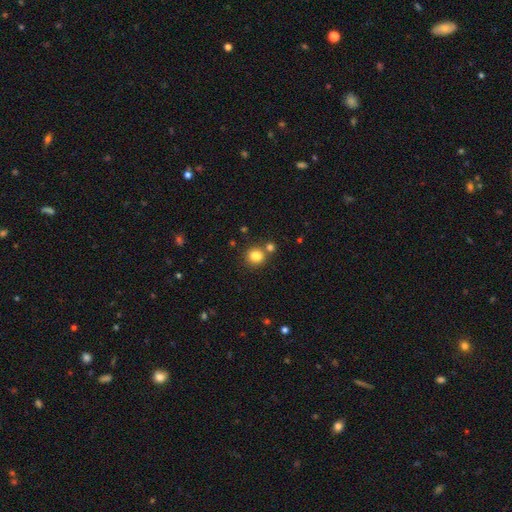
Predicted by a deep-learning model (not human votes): Overall: smooth (83%). How rounded: round (78%). Merging: none (67%).